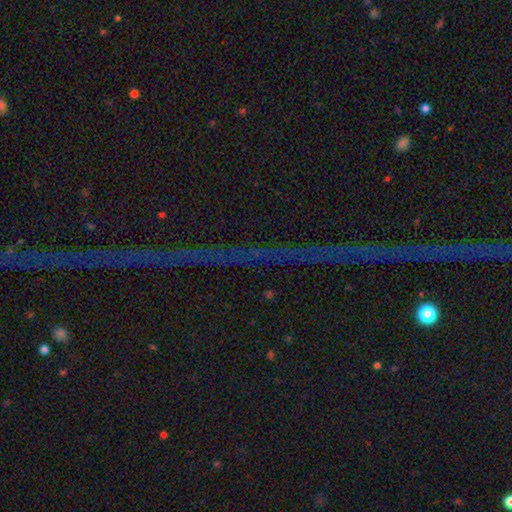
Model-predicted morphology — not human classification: Smooth or featured? Predicted: star or artifact (p=0.80).